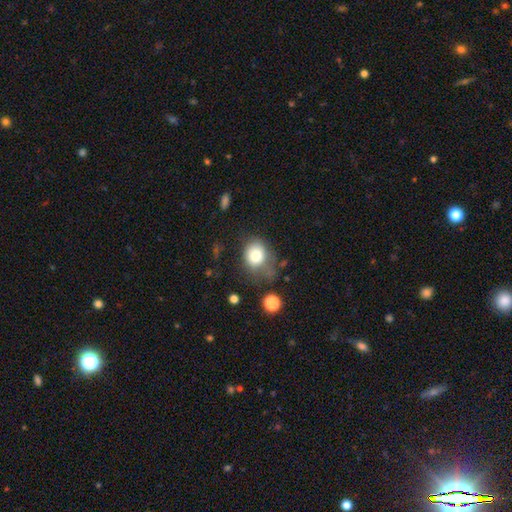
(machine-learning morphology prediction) This is likely a smooth galaxy (79%). How rounded: possibly round (60%). Merging: marginally none (41%).